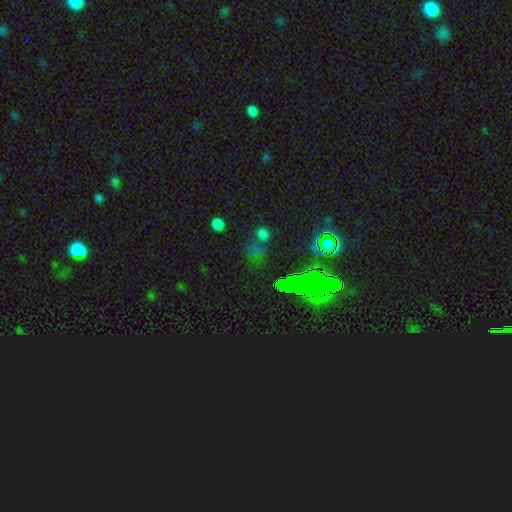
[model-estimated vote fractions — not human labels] Q: Smooth or featured?
A: star or artifact (60%); runner-up: smooth (27%)